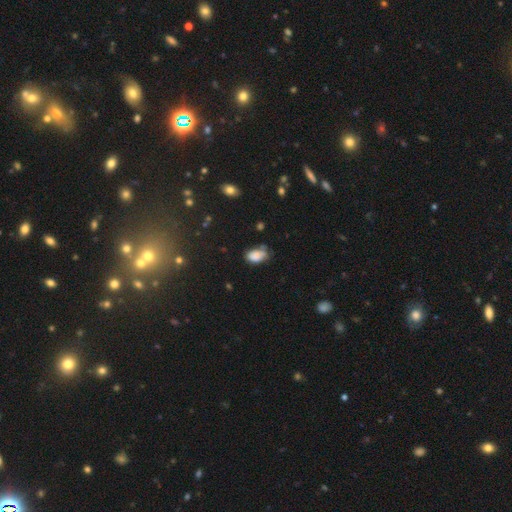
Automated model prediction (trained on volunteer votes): The model was most divided on "merging": none: 49%, minor disturbance: 35%, major disturbance: 10%, merger: 6%. More confident: how rounded — in between (91%); smooth or featured — smooth (81%).